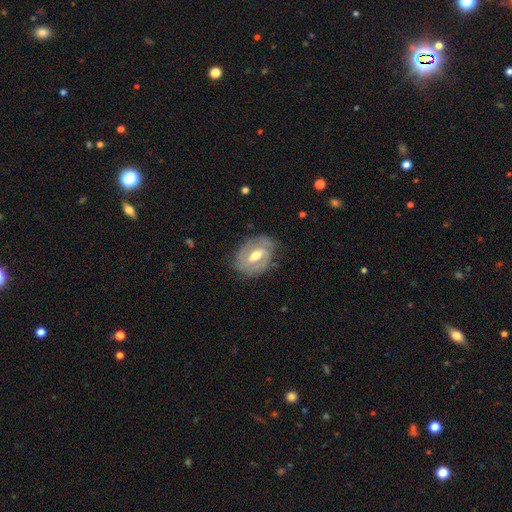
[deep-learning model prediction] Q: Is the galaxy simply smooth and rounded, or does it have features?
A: featured or disk — 75%.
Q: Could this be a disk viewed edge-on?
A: no — 95%.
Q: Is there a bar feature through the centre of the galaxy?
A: weak — 49%.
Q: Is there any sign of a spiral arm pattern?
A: yes — 82%.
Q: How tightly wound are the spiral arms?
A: tight — 49%.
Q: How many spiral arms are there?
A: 2 — 66%.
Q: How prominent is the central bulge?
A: moderate — 73%.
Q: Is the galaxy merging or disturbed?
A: none — 73%.